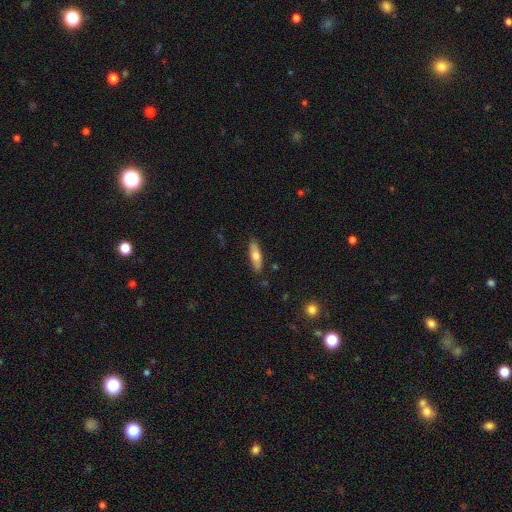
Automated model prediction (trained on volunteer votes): Overall: smooth (64%; featured or disk 30%). How rounded: in between (50%; cigar-shaped 48%). Merging: none (85%).